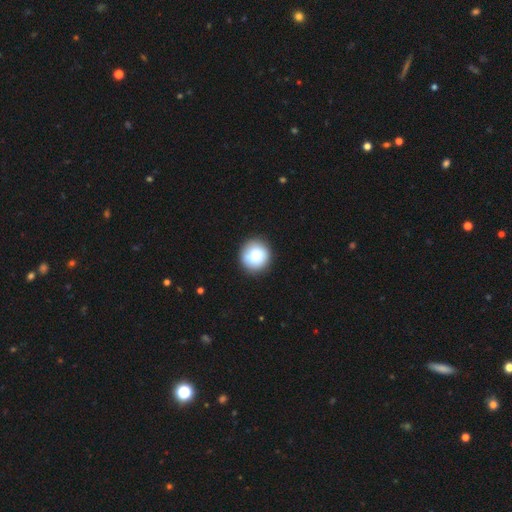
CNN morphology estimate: type=smooth (82%); roundness=round (93%); merging=none (88%).